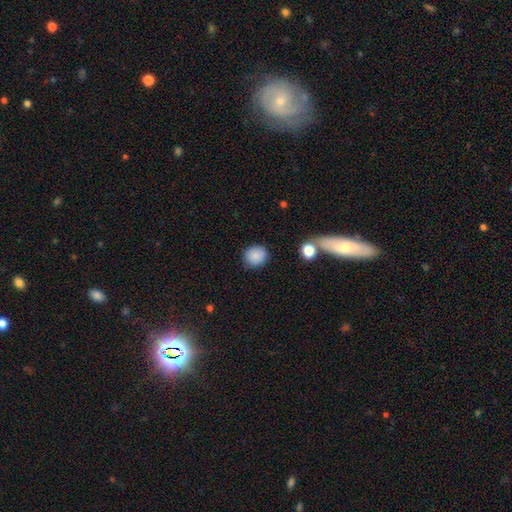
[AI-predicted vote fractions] Smooth or featured? smooth (86%)
How rounded? round (81%)
Merging? none (83%)